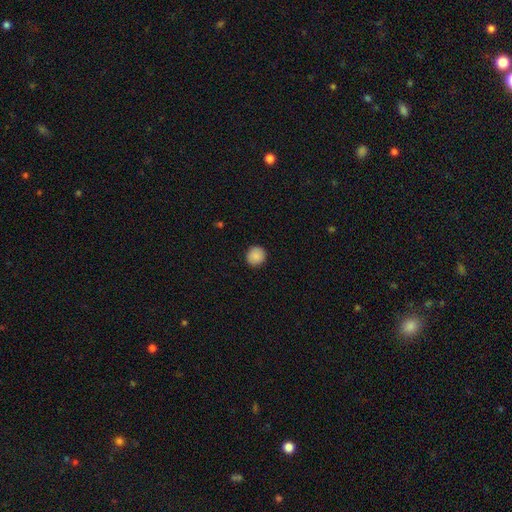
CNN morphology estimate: Smooth or featured: smooth — 87% (star or artifact — 8%)
How rounded: round — 92% (in between — 7%)
Merging: none — 91% (minor disturbance — 6%)